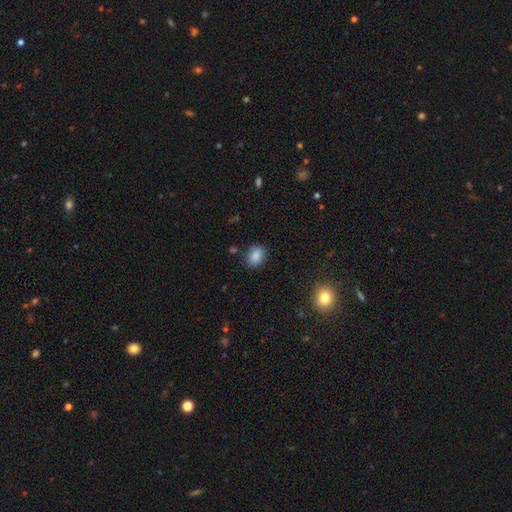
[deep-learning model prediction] This appears to be a smooth galaxy with no disk features (85%) that is in between round and cigar-shaped (63%). Merging: none (82%).